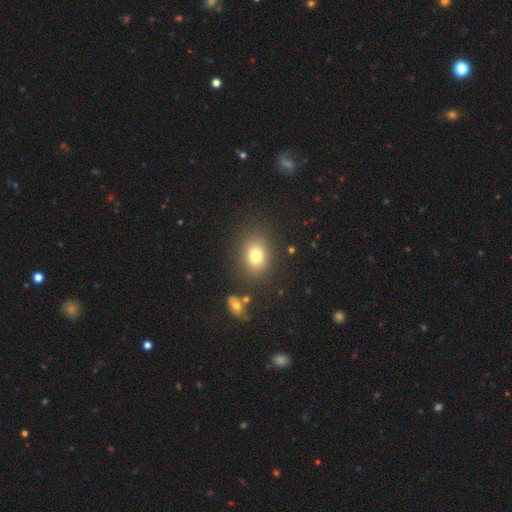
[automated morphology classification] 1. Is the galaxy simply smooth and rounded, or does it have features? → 78% smooth, 12% star or artifact, 10% featured or disk.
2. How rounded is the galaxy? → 59% in between, 40% round, 1% cigar-shaped.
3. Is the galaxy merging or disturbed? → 83% none, 10% minor disturbance, 4% major disturbance, 3% merger.